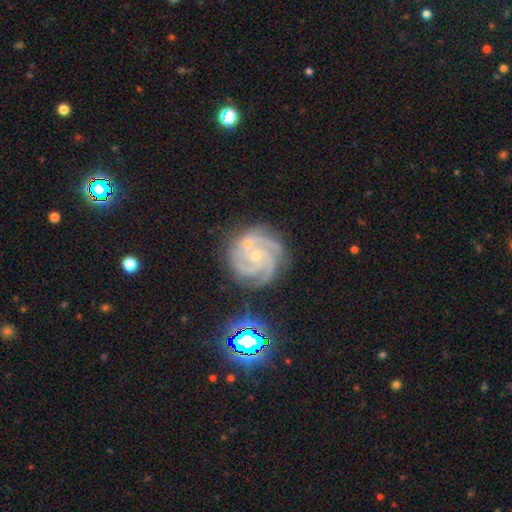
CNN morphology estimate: smooth-or-featured: featured or disk: 90% | star or artifact: 6% | smooth: 3%
  disk-edge-on: no: 98% | yes: 2%
    bar: no: 72% | weak: 20% | strong: 7%
    has-spiral-arms: yes: 99% | no: 1%
      spiral-winding: tight: 72% | medium: 26% | loose: 2%
      spiral-arm-count: 3: 47% | 4: 36% | 2: 6% | can't tell: 5% | more than 4: 4% | 1: 3%
    bulge-size: small: 78% | moderate: 17% | none: 3% | large: 1% | dominant: 1%
  merging: none: 77% | minor disturbance: 16% | major disturbance: 4% | merger: 3%